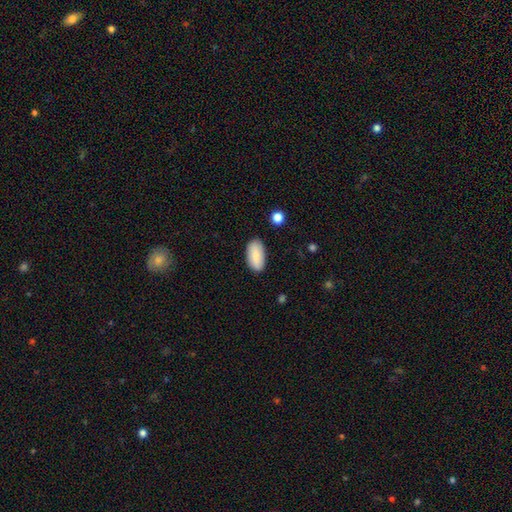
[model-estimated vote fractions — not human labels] This is clearly a smooth galaxy (82%). How rounded: clearly in between (94%). Merging: clearly none (86%).